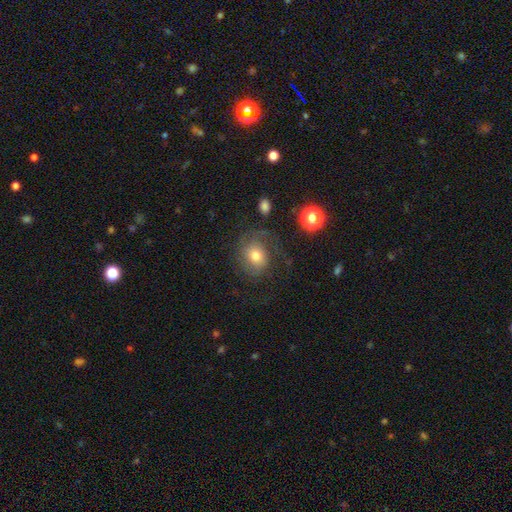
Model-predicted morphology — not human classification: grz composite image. It shows a smooth galaxy with no disk features (48%). Merging: none (57%).